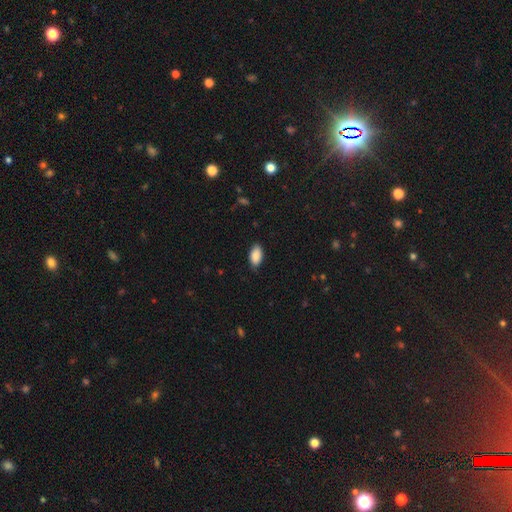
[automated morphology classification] Smooth or featured: smooth — 88% (star or artifact — 7%)
How rounded: in between — 94% (cigar-shaped — 3%)
Merging: none — 84% (minor disturbance — 13%)